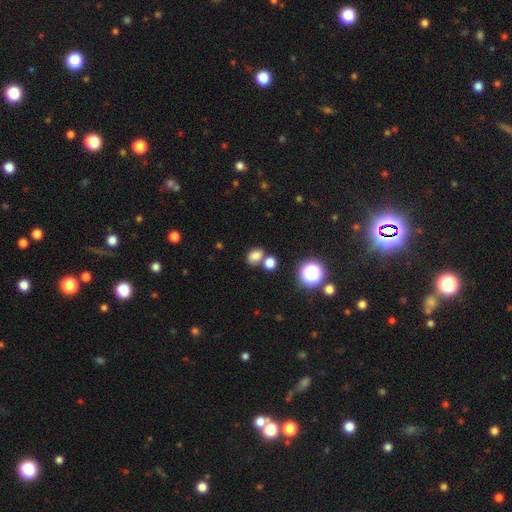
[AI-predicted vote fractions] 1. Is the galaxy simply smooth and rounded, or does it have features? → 76% smooth, 16% star or artifact, 8% featured or disk.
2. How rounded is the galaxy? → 66% in between, 32% round, 1% cigar-shaped.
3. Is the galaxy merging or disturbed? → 57% none, 25% merger, 13% minor disturbance, 5% major disturbance.